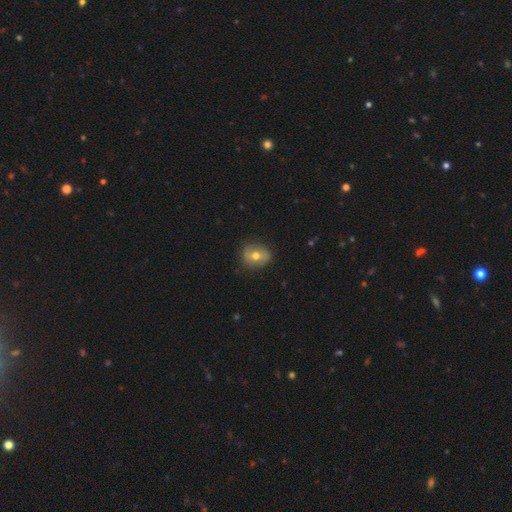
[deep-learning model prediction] A smooth galaxy with no disk features (52%) that is round (62%). Merging: none (82%).